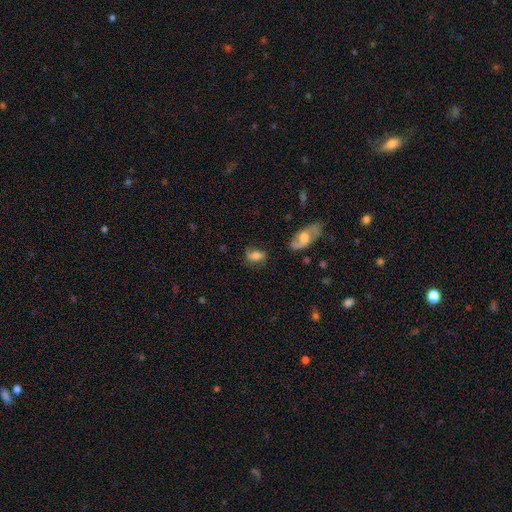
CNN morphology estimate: This is possibly a smooth galaxy (52%). How rounded: clearly in between (80%). Merging: likely none (60%).